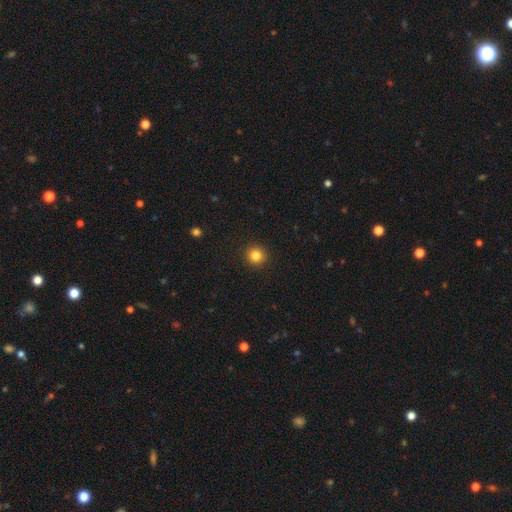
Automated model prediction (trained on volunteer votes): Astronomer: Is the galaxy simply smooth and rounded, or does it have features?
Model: smooth — 84%.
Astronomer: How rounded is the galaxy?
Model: round — 95%.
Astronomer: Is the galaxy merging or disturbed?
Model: none — 93%.